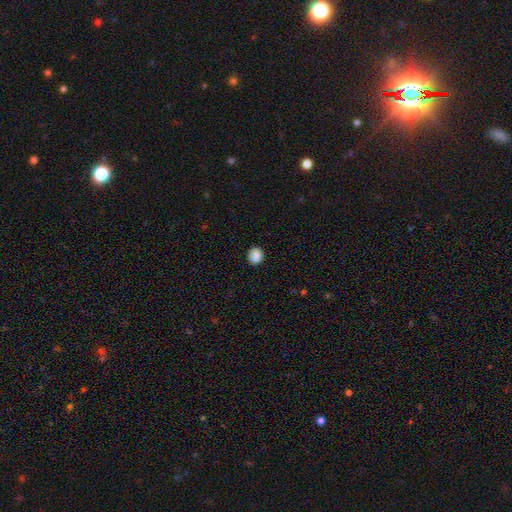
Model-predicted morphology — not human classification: This appears to be a smooth galaxy with no disk features (87%) that is round (74%). Merging: none (85%).